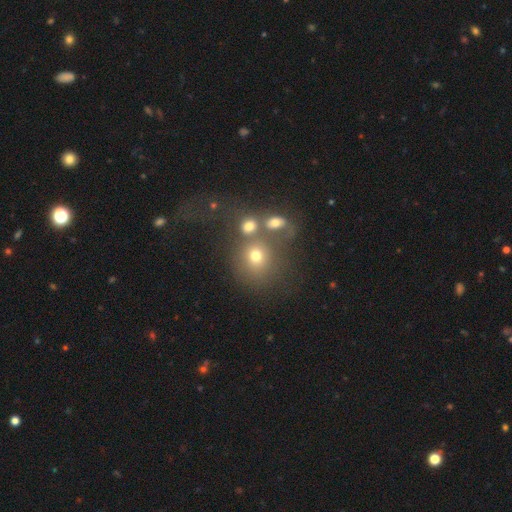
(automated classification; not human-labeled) Smooth or featured? smooth (69%)
How rounded? round (76%)
Merging? none (47%)